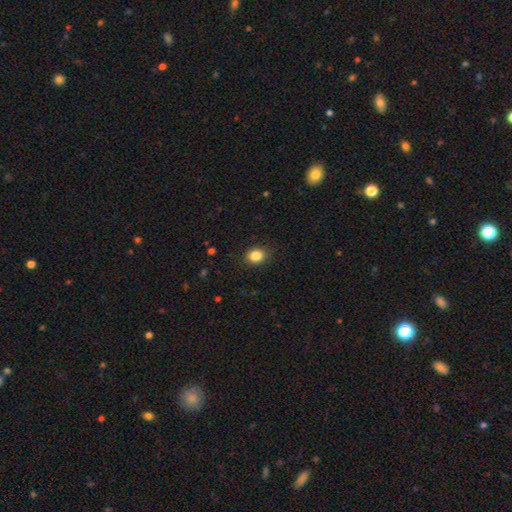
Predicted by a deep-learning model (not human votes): The model was most divided on "how rounded": round: 60%, in between: 40%, cigar-shaped: 1%. More confident: merging — none (87%); smooth or featured — smooth (85%).